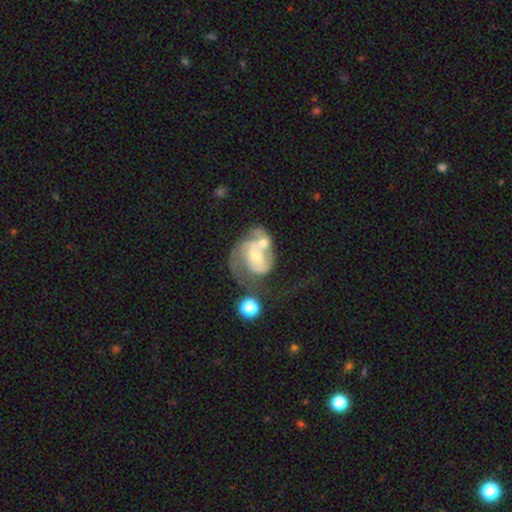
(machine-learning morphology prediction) Overall: featured or disk (70%). Edge-on disk: no (97%). Bar: no (61%; weak 30%). Spiral arms: yes (65%; no 35%). Bulge size: moderate (51%; small 37%). Merging: merger (39%; major disturbance 30%).